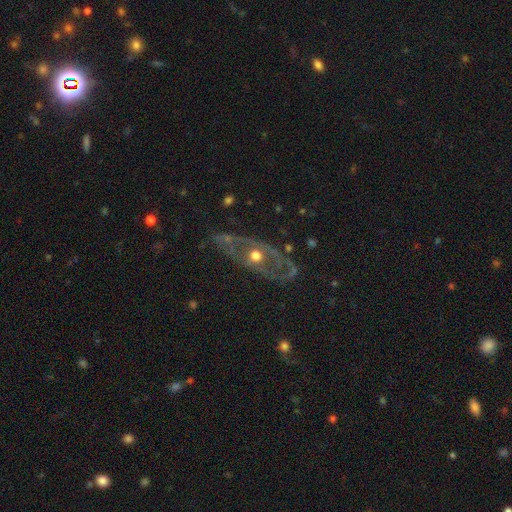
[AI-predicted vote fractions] Smooth or featured: featured or disk — 74% (smooth — 18%)
Edge-on disk: no — 86% (yes — 14%)
Bar: no — 85% (weak — 11%)
Spiral arms: no — 62% (yes — 38%)
Bulge size: moderate — 73% (small — 17%)
Merging: none — 65% (minor disturbance — 19%)